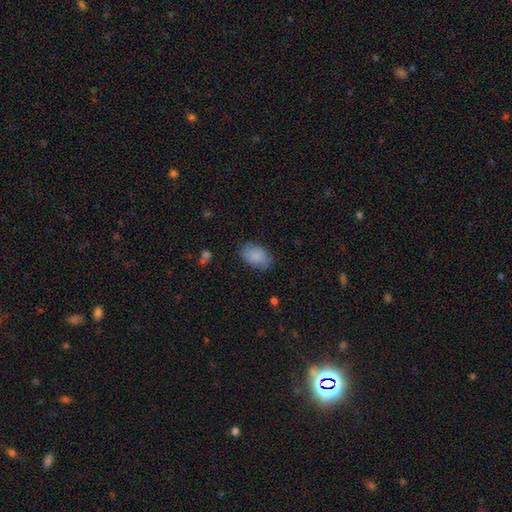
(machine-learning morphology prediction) smooth-or-featured: smooth: 87% | star or artifact: 7% | featured or disk: 6%
  how-rounded: in between: 87% | round: 11% | cigar-shaped: 1%
  merging: none: 79% | minor disturbance: 16% | major disturbance: 4% | merger: 1%